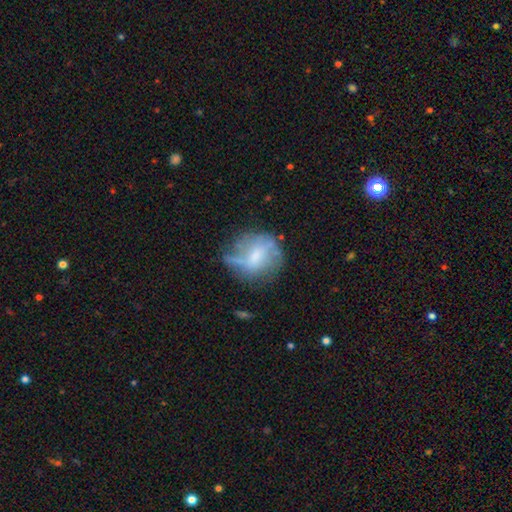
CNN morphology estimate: The model was most divided on "smooth or featured": featured or disk: 51%, smooth: 40%, star or artifact: 10%. More confident: edge-on disk — no (94%); merging — none (51%).